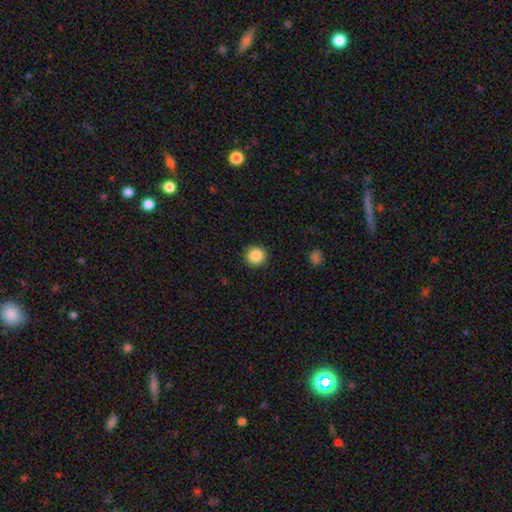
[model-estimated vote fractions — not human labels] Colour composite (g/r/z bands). It shows a smooth galaxy with no disk features (87%) that is round (92%). Merging: none (92%).